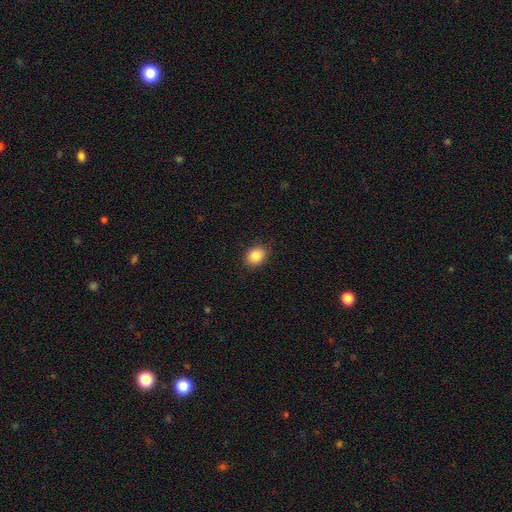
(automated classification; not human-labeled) Smooth or featured: smooth — 86% (star or artifact — 9%)
How rounded: in between — 55% (round — 44%)
Merging: none — 88% (minor disturbance — 9%)